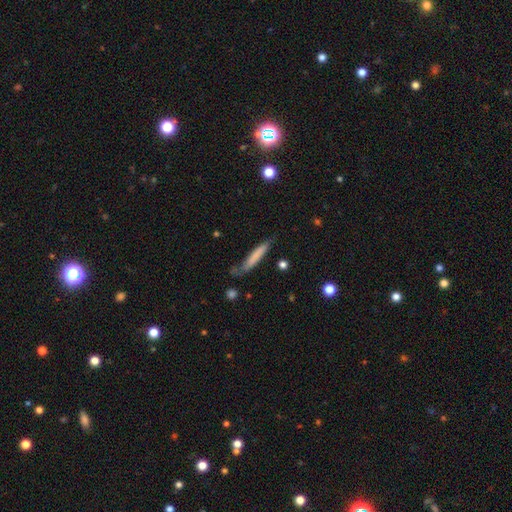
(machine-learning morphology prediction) Smooth or featured: smooth — 72% (featured or disk — 22%)
How rounded: cigar-shaped — 92% (in between — 7%)
Merging: none — 61% (minor disturbance — 26%)